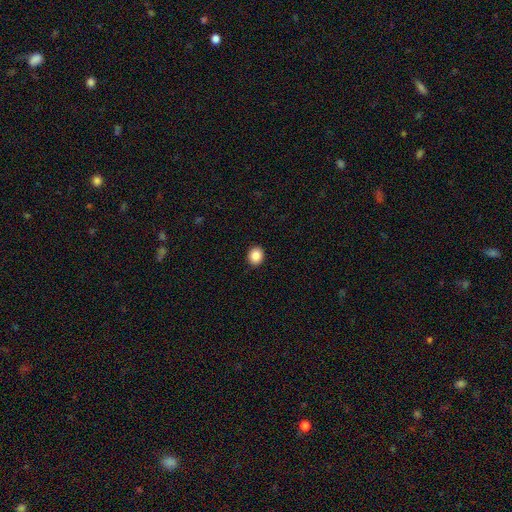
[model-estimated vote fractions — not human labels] Smooth or featured: smooth — 87% (star or artifact — 9%)
How rounded: round — 66% (in between — 33%)
Merging: none — 92% (minor disturbance — 6%)